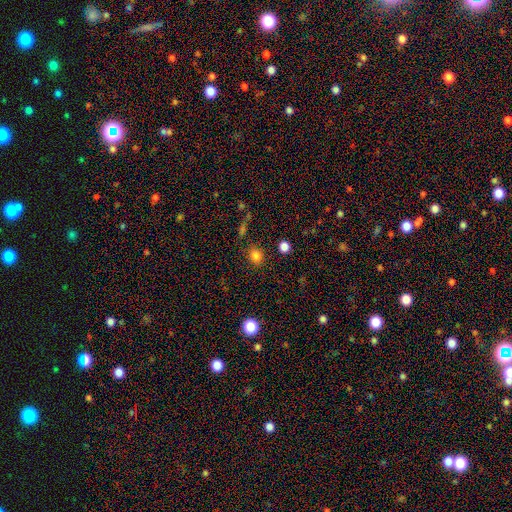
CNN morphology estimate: Overall: smooth (81%). How rounded: round (50%; in between 49%). Merging: none (83%).